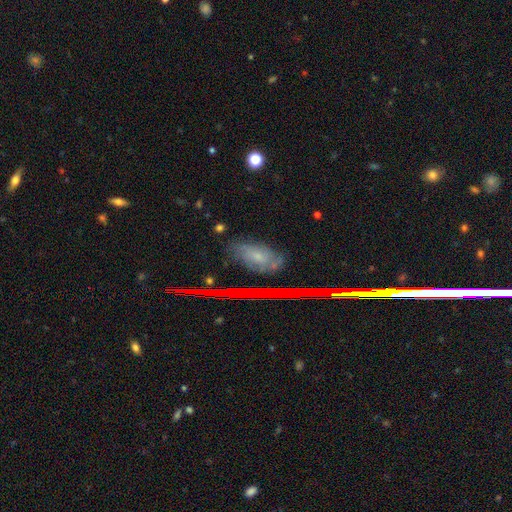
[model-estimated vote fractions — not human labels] The model was most divided on "smooth or featured": featured or disk: 41%, smooth: 39%, star or artifact: 20%. More confident: merging — none (72%).